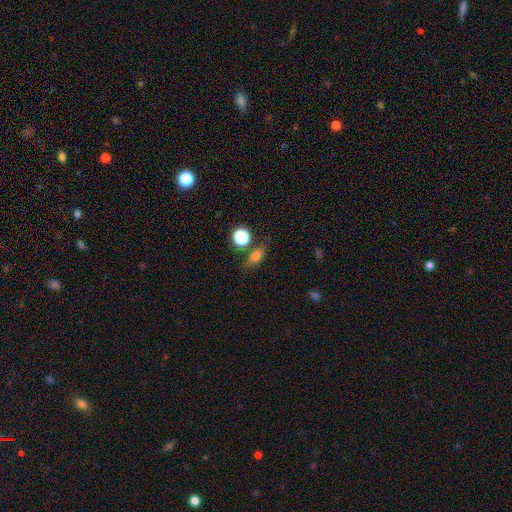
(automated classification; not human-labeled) Smooth or featured? Predicted: smooth (p=0.70). How rounded? Predicted: in between (p=0.64). Merging? Predicted: none (p=0.70).